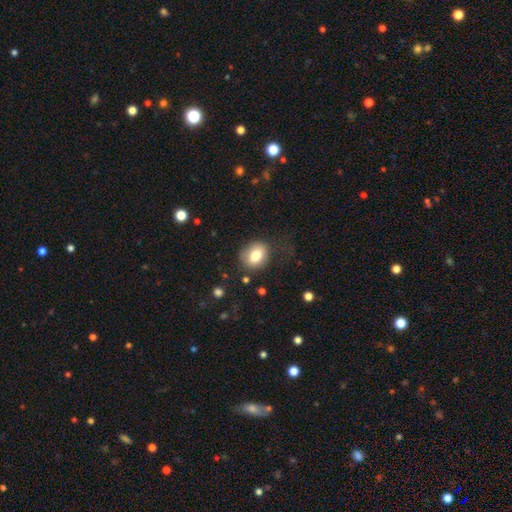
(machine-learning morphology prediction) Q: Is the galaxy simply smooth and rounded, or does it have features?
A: smooth — 78%.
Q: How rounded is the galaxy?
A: round — 55%.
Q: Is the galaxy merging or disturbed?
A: none — 68%.